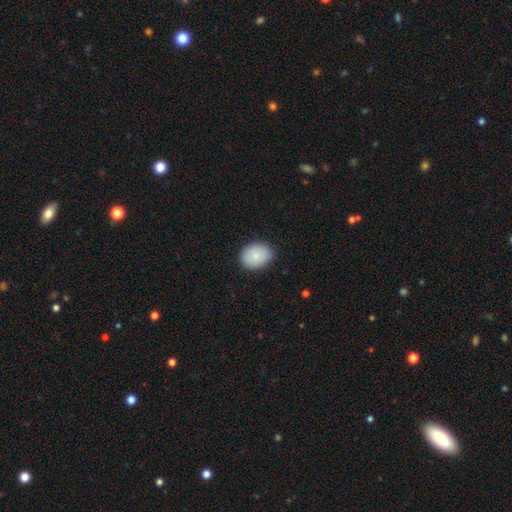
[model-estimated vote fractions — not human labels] smooth_or_featured: smooth (p=0.85) [alt: featured or disk p=0.08]
how_rounded: in between (p=0.58) [alt: round p=0.41]
merging: none (p=0.85) [alt: minor disturbance p=0.12]